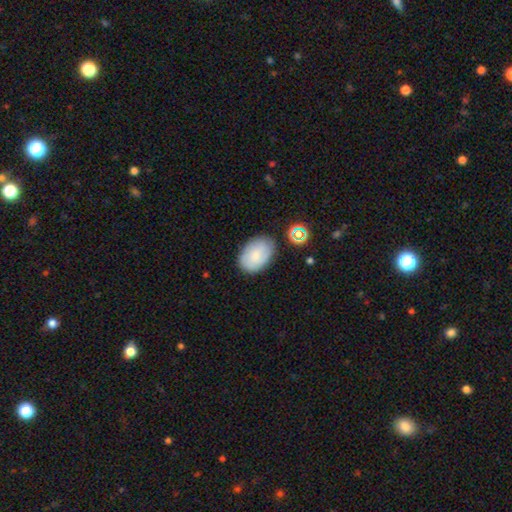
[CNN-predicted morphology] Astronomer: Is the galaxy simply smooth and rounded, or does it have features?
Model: smooth — 78%.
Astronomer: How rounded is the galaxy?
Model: in between — 87%.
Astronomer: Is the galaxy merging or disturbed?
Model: none — 77%.